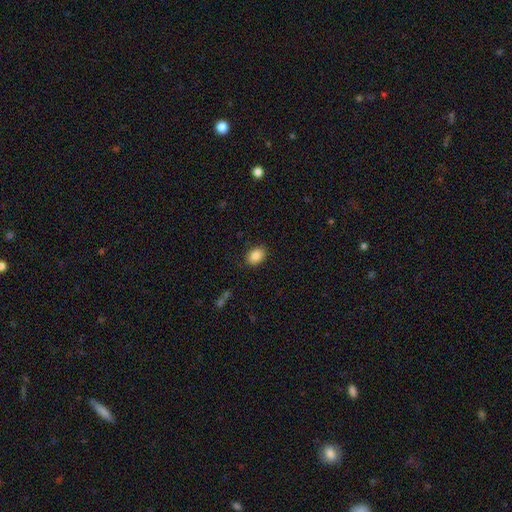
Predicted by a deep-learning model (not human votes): Overall: smooth (86%). How rounded: in between (70%). Merging: none (88%).